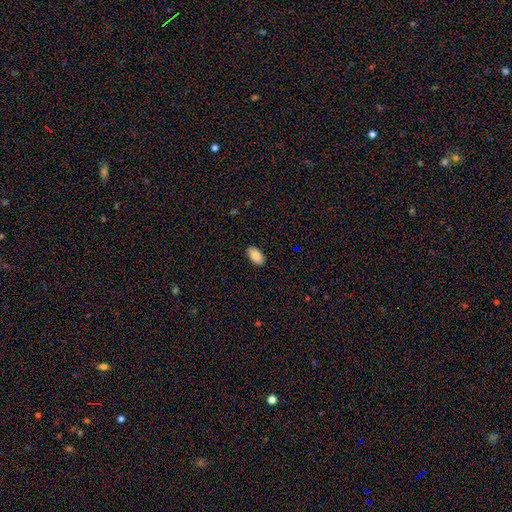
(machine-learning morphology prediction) smooth_or_featured: smooth (p=0.87) [alt: star or artifact p=0.07]
how_rounded: in between (p=0.95) [alt: round p=0.03]
merging: none (p=0.90) [alt: minor disturbance p=0.08]